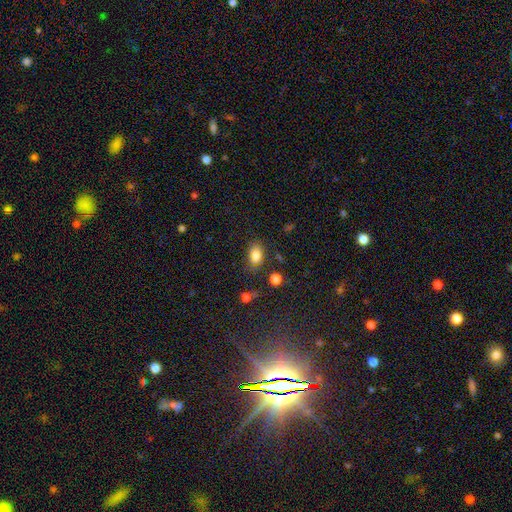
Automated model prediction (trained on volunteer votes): Morphology: type=smooth (83%); roundness=in between (84%); merging=none (75%).